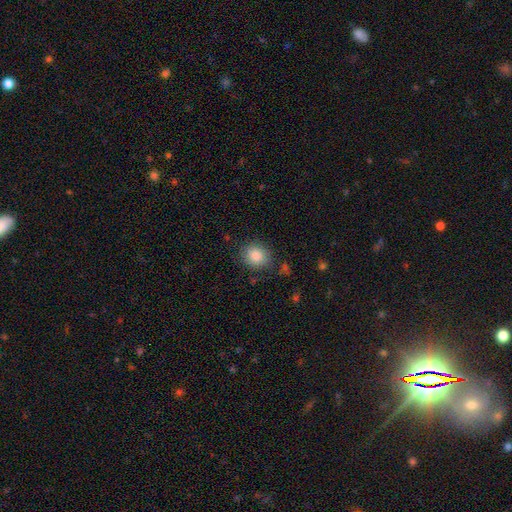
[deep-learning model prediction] Morphology: type=smooth (86%); roundness=round (68%); merging=none (83%).